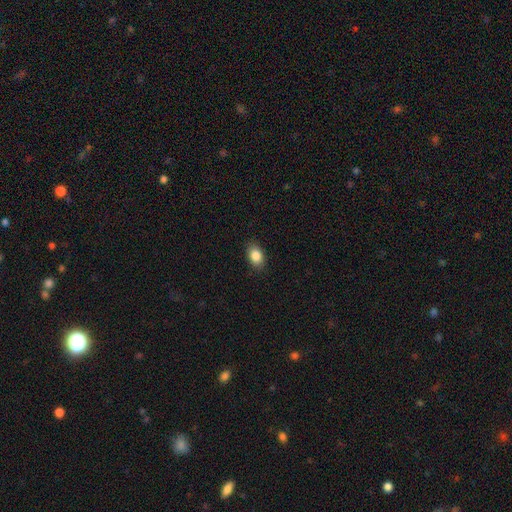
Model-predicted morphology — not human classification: This appears to be a smooth galaxy with no disk features (86%) that is in between round and cigar-shaped (82%). Merging: none (87%).